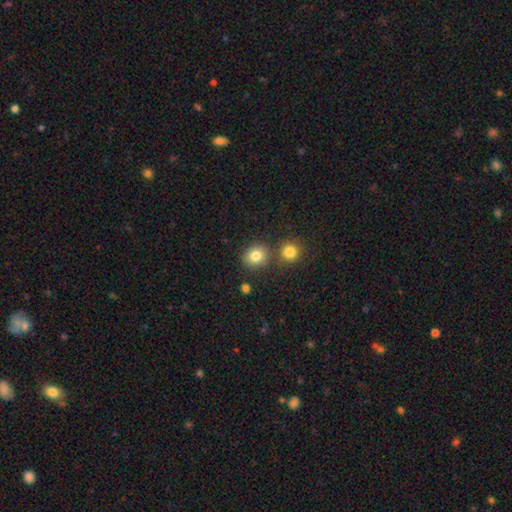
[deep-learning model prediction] Smooth or featured?
  - smooth: 82% *
  - star or artifact: 12%
  - featured or disk: 7%
How rounded?
  - round: 75% *
  - in between: 24%
  - cigar-shaped: 1%
Merging?
  - none: 74% *
  - merger: 15%
  - minor disturbance: 9%
  - major disturbance: 3%